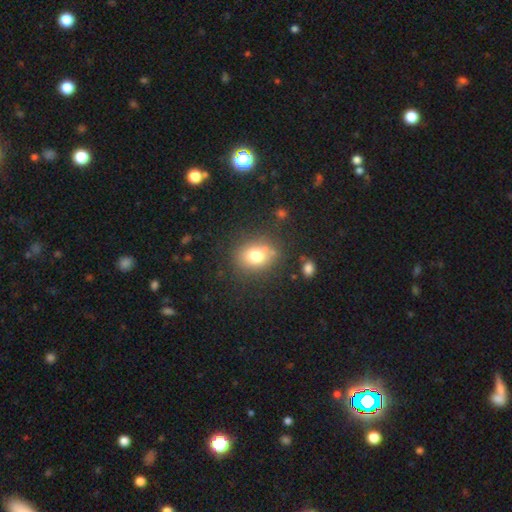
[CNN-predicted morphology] This appears to be a smooth galaxy with no disk features (75%) that is round (57%). Merging: none (75%).